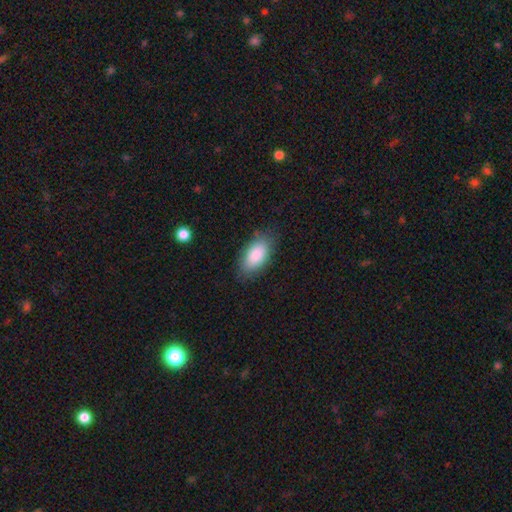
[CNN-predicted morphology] This appears to be a smooth galaxy with no disk features (86%) that is in between round and cigar-shaped (94%). Merging: none (80%).